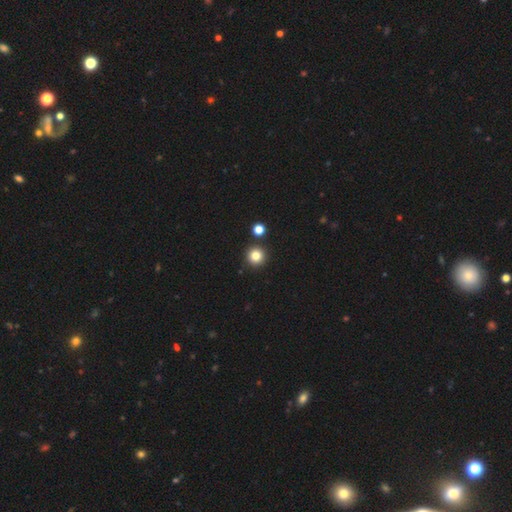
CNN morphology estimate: Q: Smooth or featured?
A: smooth (82%); runner-up: star or artifact (13%)
Q: How rounded?
A: round (95%); runner-up: in between (4%)
Q: Merging?
A: none (88%); runner-up: minor disturbance (5%)